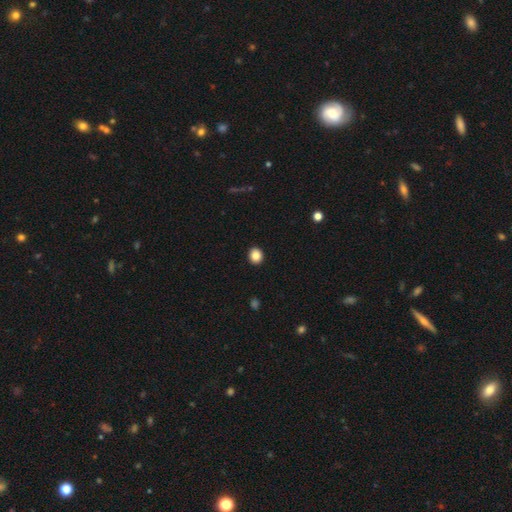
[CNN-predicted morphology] smooth 86%, star or artifact 9%, featured or disk 4%. Down the decision tree: how rounded — round (76%); merging — none (92%).